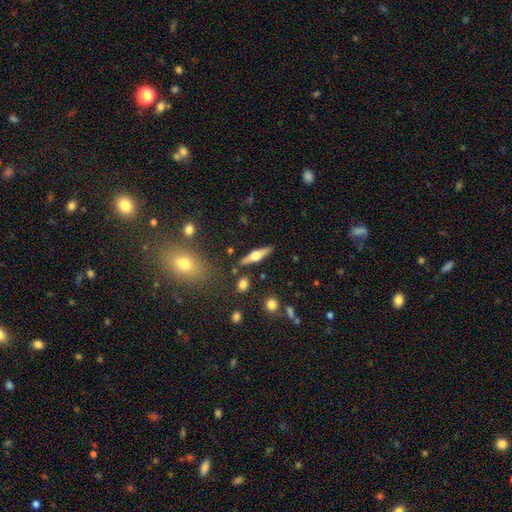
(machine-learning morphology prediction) This appears to be a featured or disk galaxy (66%) viewed edge-on (96%) with a rounded central bulge (94%). Merging: none (85%).